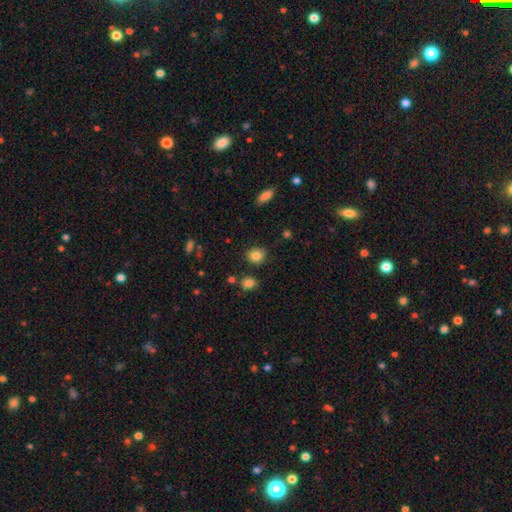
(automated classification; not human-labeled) A smooth galaxy with no disk features (83%) that is round (78%).

Vote fractions:
- Smooth or featured? smooth: 83% / star or artifact: 11% / featured or disk: 6%
- How rounded? round: 78% / in between: 21% / cigar-shaped: 1%
- Merging? none: 82% / minor disturbance: 12% / merger: 3% / major disturbance: 3%